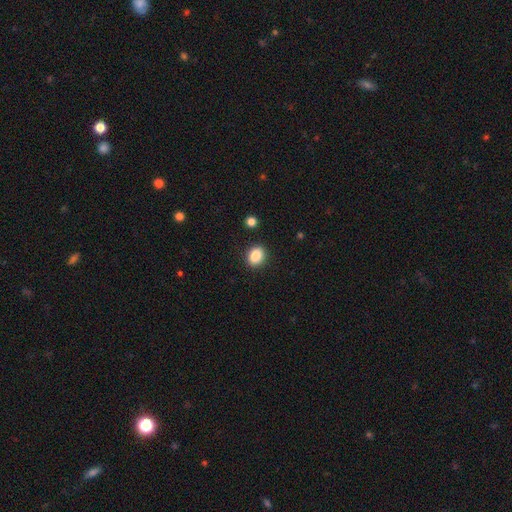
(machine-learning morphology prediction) This appears to be a smooth galaxy with no disk features (88%) that is round (51%). Merging: none (88%).